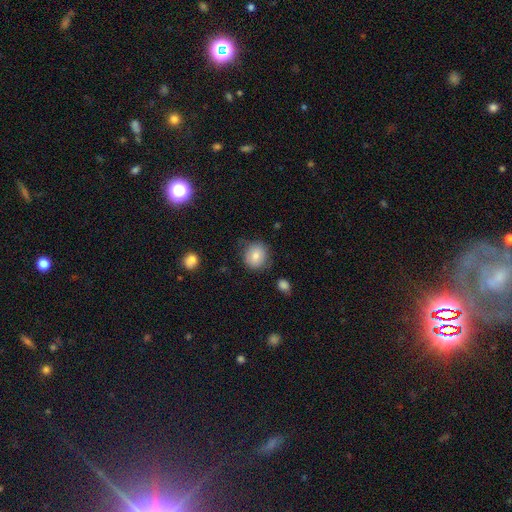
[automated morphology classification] A smooth galaxy with no disk features (77%) that is round (83%).

Vote fractions:
- Smooth or featured? smooth: 77% / featured or disk: 15% / star or artifact: 9%
- How rounded? round: 83% / in between: 16% / cigar-shaped: 1%
- Merging? none: 74% / minor disturbance: 18% / major disturbance: 5% / merger: 2%